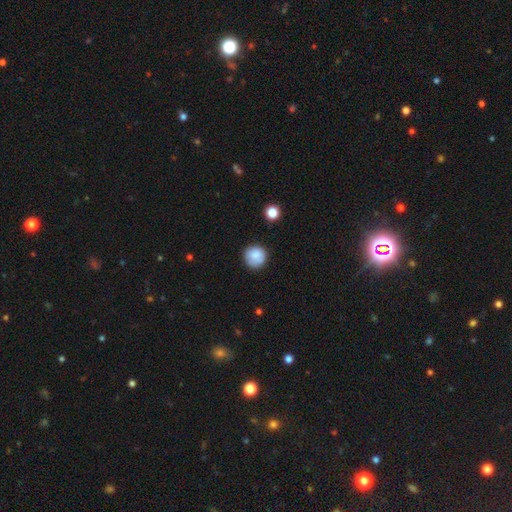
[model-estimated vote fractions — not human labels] Smooth or featured? Predicted: smooth (p=0.81). How rounded? Predicted: round (p=0.93). Merging? Predicted: none (p=0.81).